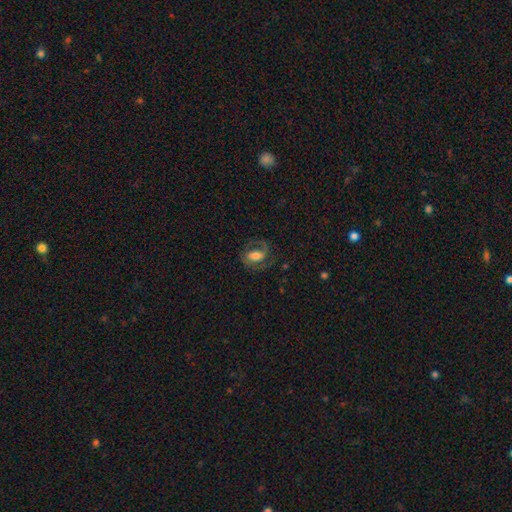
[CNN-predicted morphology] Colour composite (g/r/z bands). It shows a featured or disk galaxy (62%) with a weak bar (37%), spiral arms (81%) and a moderate central bulge (53%). Merging: none (64%).